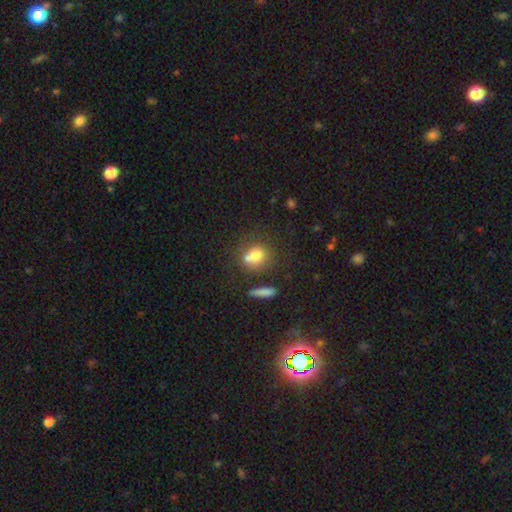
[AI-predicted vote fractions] This is likely a smooth galaxy (73%). How rounded: likely round (68%). Merging: marginally none (42%).